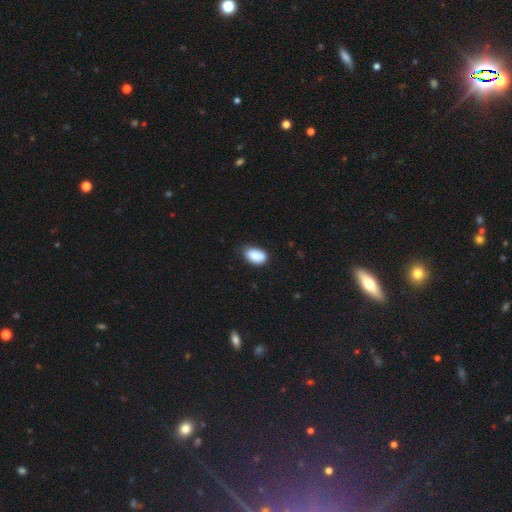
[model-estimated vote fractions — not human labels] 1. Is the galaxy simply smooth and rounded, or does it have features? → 88% smooth, 7% star or artifact, 5% featured or disk.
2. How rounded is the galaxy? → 90% in between, 8% round, 1% cigar-shaped.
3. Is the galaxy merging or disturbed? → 65% none, 28% minor disturbance, 5% major disturbance, 2% merger.